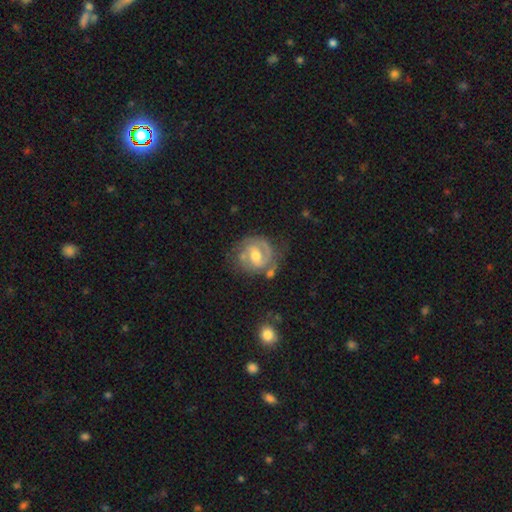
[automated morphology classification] A featured or disk galaxy (81%) with a weak bar (52%), 2 (69%) tight (53%) spiral arms (91%) and a moderate central bulge (70%).

Vote fractions:
- Smooth or featured? featured or disk: 81% / smooth: 14% / star or artifact: 5%
- Edge-on disk? no: 98% / yes: 2%
- Bar? weak: 52% / no: 31% / strong: 17%
- Spiral arms? yes: 91% / no: 9%
- Spiral winding? tight: 53% / medium: 38% / loose: 10%
- Spiral arm count? 2: 69% / can't tell: 12% / 1: 12% / 3: 5% / 4: 1% / more than 4: 1%
- Bulge size? moderate: 70% / small: 19% / large: 8% / none: 2% / dominant: 1%
- Merging? none: 64% / minor disturbance: 20% / major disturbance: 10% / merger: 6%